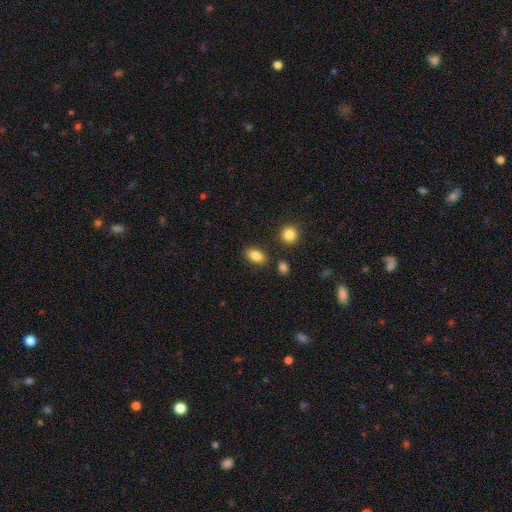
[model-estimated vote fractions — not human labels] The model was most divided on "merging": none: 84%, minor disturbance: 10%, merger: 4%, major disturbance: 3%. More confident: how rounded — in between (87%); smooth or featured — smooth (86%).